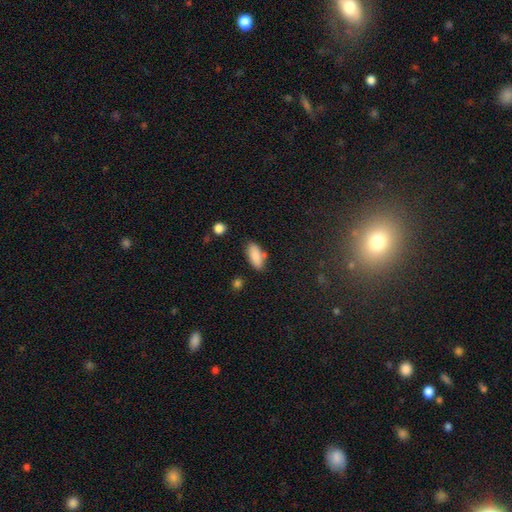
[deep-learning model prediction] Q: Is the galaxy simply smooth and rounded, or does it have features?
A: smooth — 86%.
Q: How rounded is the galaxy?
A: in between — 84%.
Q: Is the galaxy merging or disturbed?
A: none — 73%.